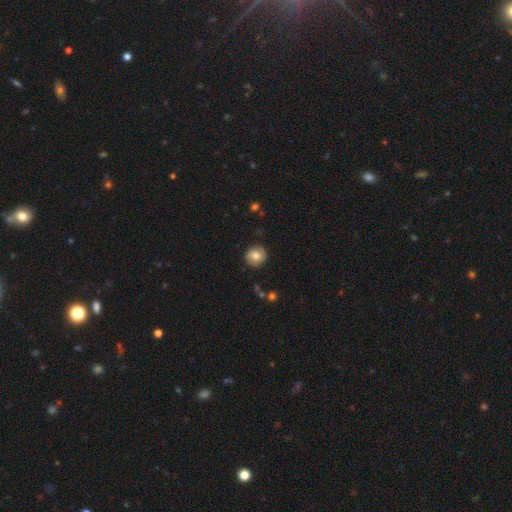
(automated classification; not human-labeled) smooth_or_featured: smooth (p=0.77) [alt: featured or disk p=0.14]
how_rounded: round (p=0.91) [alt: in between p=0.08]
merging: none (p=0.89) [alt: minor disturbance p=0.08]